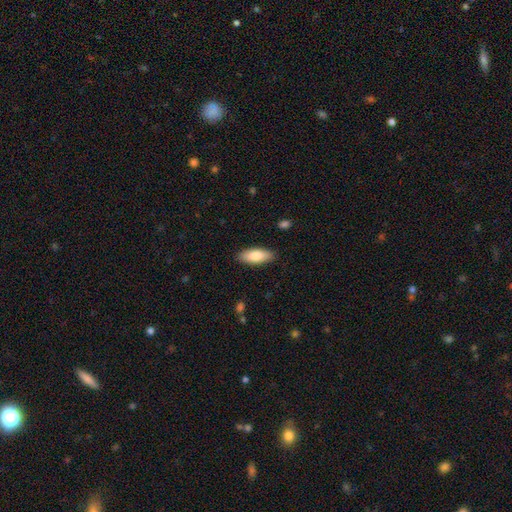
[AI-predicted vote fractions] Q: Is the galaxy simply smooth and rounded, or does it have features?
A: smooth — 83%.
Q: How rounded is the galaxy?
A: in between — 77%.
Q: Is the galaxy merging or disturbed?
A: none — 88%.